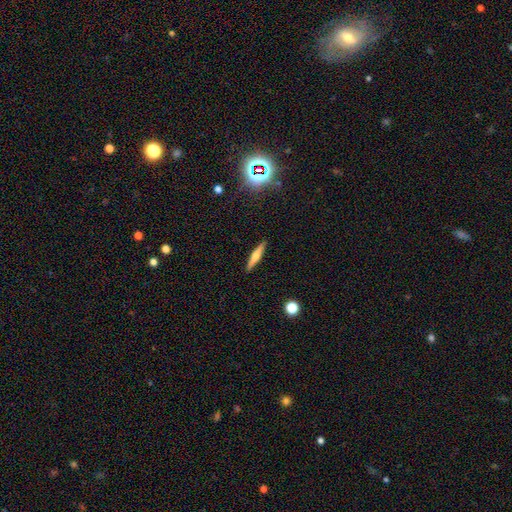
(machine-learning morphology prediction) A smooth galaxy with no disk features (48%).

Vote fractions:
- Smooth or featured? smooth: 48% / featured or disk: 44% / star or artifact: 8%
- Merging? none: 91% / minor disturbance: 7% / major disturbance: 2% / merger: 1%